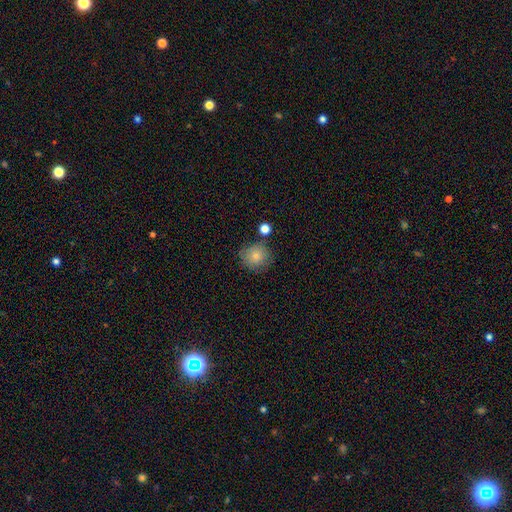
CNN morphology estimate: Smooth or featured?
  - smooth: 83% *
  - star or artifact: 9%
  - featured or disk: 8%
How rounded?
  - round: 87% *
  - in between: 12%
  - cigar-shaped: 1%
Merging?
  - none: 75% *
  - minor disturbance: 14%
  - merger: 7%
  - major disturbance: 4%